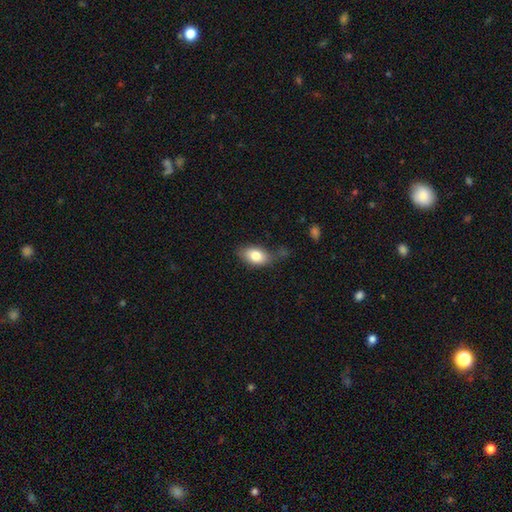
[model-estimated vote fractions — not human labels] smooth_or_featured: smooth (p=0.81) [alt: featured or disk p=0.12]
how_rounded: in between (p=0.89) [alt: round p=0.08]
merging: none (p=0.64) [alt: minor disturbance p=0.24]